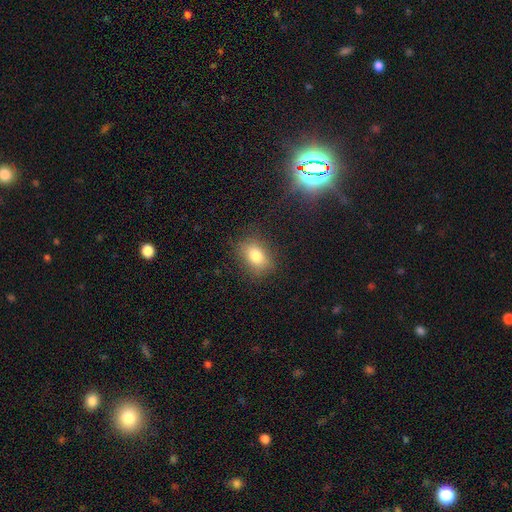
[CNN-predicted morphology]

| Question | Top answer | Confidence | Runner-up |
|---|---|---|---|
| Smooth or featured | smooth | 80% | star or artifact (10%) |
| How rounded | in between | 76% | round (22%) |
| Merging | none | 79% | minor disturbance (15%) |